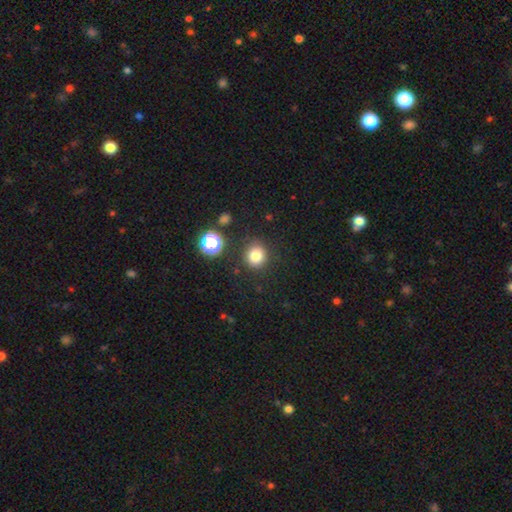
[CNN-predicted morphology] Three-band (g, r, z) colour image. It shows a smooth galaxy with no disk features (81%) that is round (88%). Merging: none (85%).